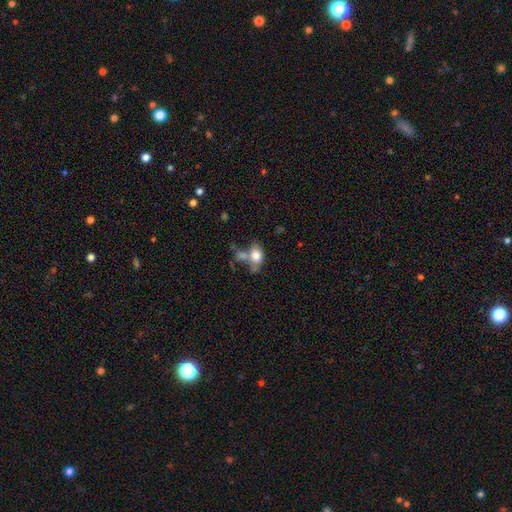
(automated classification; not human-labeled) This appears to be a smooth galaxy with no disk features (73%) that is in between round and cigar-shaped (78%). Merging: none (35%).